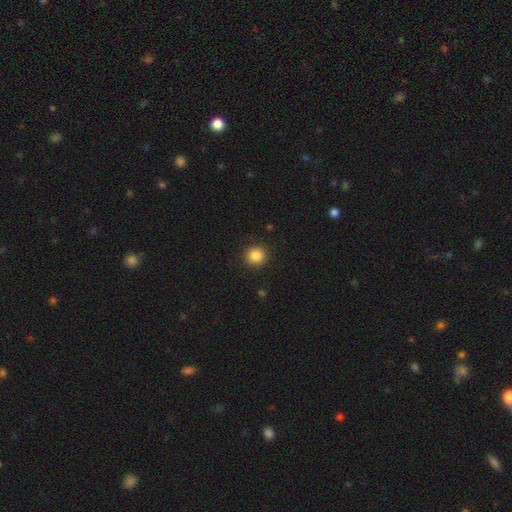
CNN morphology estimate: This appears to be a smooth galaxy with no disk features (86%) that is round (91%). Merging: none (92%).